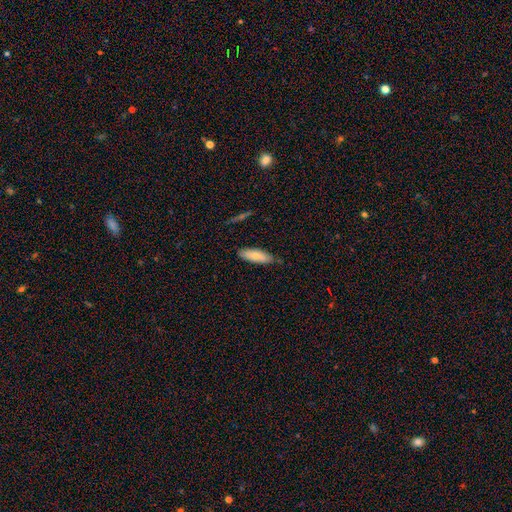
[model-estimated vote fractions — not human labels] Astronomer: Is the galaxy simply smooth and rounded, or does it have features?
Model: smooth — 77%.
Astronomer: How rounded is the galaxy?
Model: in between — 60% (runner-up: cigar-shaped, 39%).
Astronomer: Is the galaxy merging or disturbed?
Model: none — 78%.